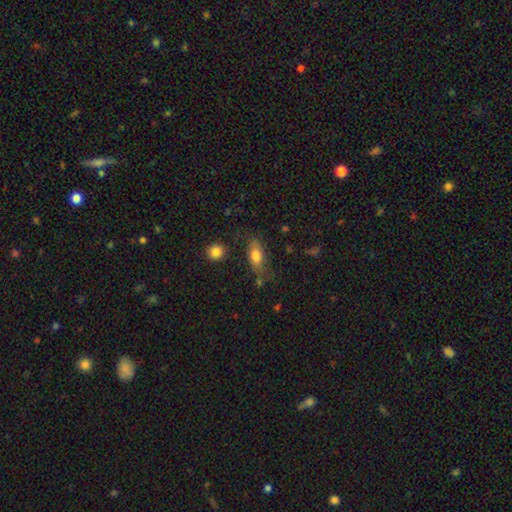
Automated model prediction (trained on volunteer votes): smooth-or-featured: smooth: 73% | featured or disk: 19% | star or artifact: 9%
  how-rounded: in between: 81% | cigar-shaped: 13% | round: 7%
  merging: none: 63% | minor disturbance: 23% | major disturbance: 9% | merger: 5%